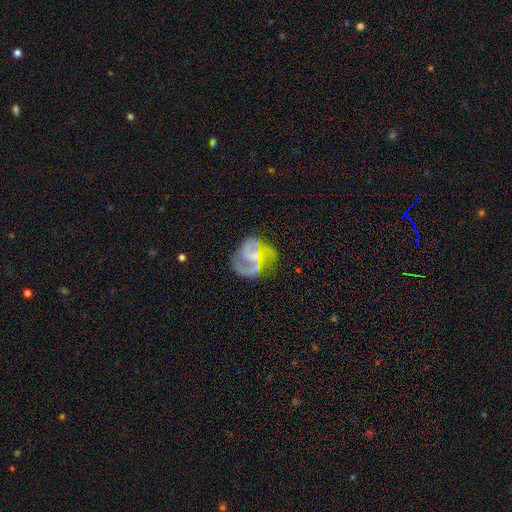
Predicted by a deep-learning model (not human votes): A featured or disk galaxy (73%) with a weak bar (44%), 2 (62%) medium (45%) spiral arms (80%) and a small central bulge (52%).

Vote fractions:
- Smooth or featured? featured or disk: 73% / smooth: 18% / star or artifact: 9%
- Edge-on disk? no: 98% / yes: 2%
- Bar? weak: 44% / no: 43% / strong: 13%
- Spiral arms? yes: 80% / no: 20%
- Spiral winding? medium: 45% / loose: 39% / tight: 16%
- Spiral arm count? 2: 62% / can't tell: 14% / 1: 11% / 3: 9% / 4: 2% / more than 4: 2%
- Bulge size? small: 52% / moderate: 23% / none: 22% / large: 2% / dominant: 1%
- Merging? none: 39% / major disturbance: 31% / minor disturbance: 22% / merger: 9%